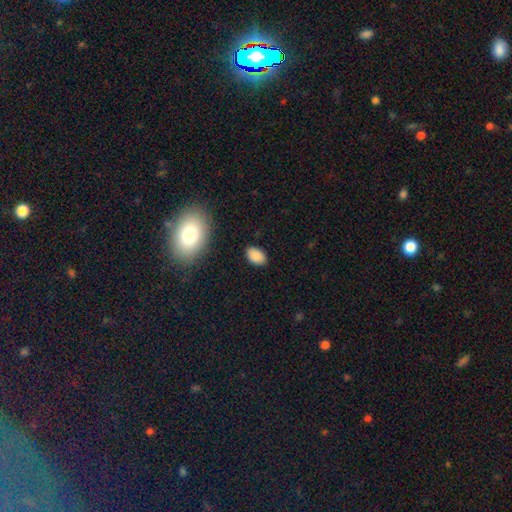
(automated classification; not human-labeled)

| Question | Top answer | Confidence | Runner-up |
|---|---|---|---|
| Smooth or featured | smooth | 87% | star or artifact (9%) |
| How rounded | in between | 88% | round (11%) |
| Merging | none | 86% | minor disturbance (10%) |